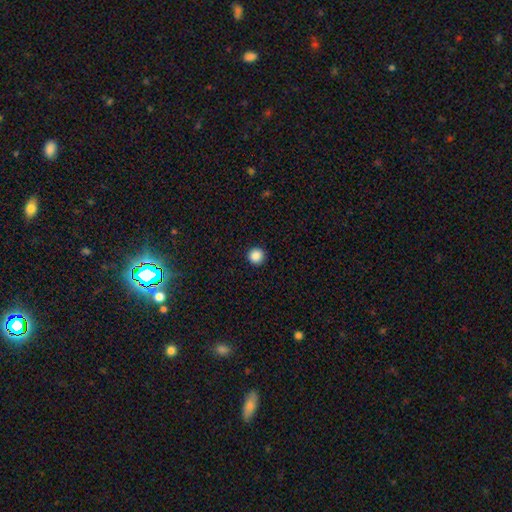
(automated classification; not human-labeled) Overall: smooth (88%). How rounded: round (96%). Merging: none (93%).